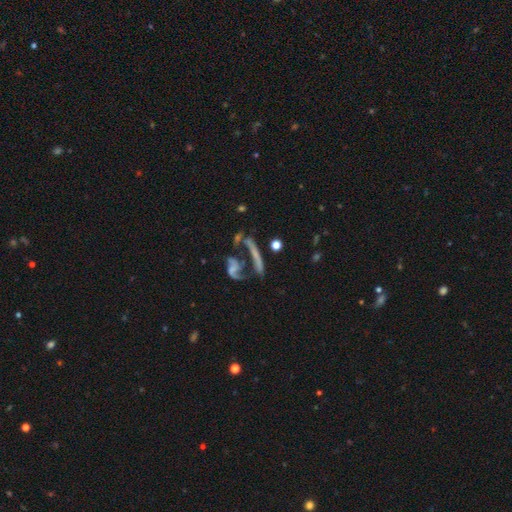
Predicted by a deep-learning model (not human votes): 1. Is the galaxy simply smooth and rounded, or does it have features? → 53% featured or disk, 29% smooth, 17% star or artifact.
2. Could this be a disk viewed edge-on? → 64% no, 36% yes.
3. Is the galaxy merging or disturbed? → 37% none, 32% merger, 18% major disturbance, 12% minor disturbance.